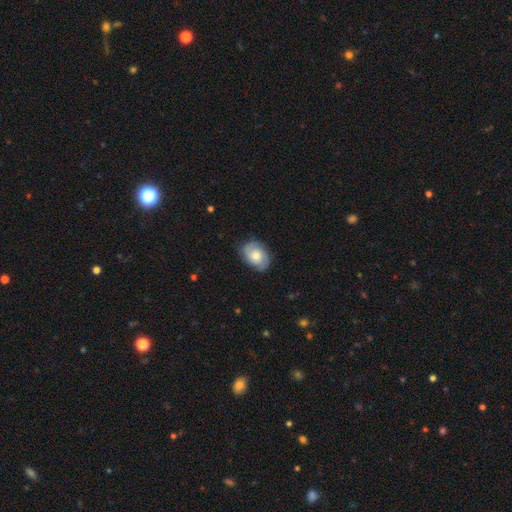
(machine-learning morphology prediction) smooth 49%, featured or disk 44%, star or artifact 7%. Down the decision tree: merging — none (77%).